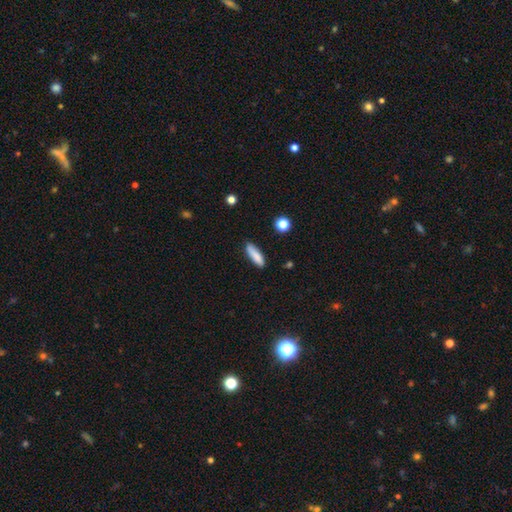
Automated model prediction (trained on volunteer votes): Smooth or featured? smooth (84%)
How rounded? cigar-shaped (65%)
Merging? none (83%)